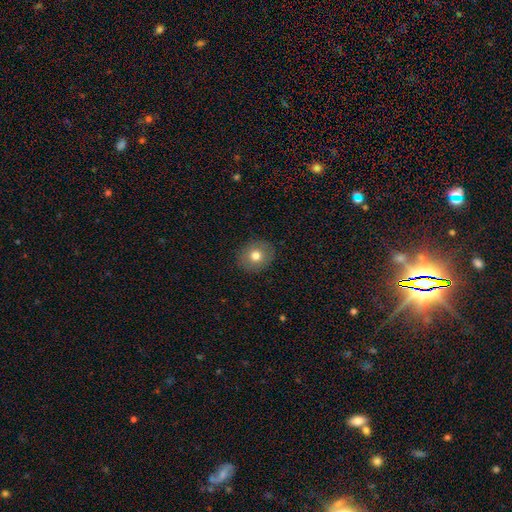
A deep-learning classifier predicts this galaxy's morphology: smooth_or_featured: smooth (p=0.75) [alt: featured or disk p=0.15]
how_rounded: round (p=0.70) [alt: in between p=0.29]
merging: none (p=0.89) [alt: minor disturbance p=0.07]